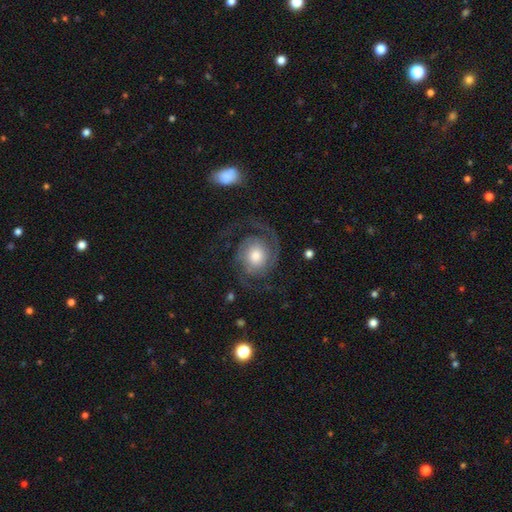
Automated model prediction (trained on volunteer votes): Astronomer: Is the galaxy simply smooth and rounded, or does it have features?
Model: featured or disk — 85%.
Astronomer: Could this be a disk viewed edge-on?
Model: no — 98%.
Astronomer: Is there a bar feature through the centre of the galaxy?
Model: no — 74%.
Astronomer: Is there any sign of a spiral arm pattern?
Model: yes — 97%.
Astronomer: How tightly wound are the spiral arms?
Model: medium — 46% (runner-up: tight, 33%).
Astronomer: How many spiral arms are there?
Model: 2 — 82%.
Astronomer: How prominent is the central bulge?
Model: moderate — 55%.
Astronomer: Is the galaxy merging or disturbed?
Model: none — 69%.